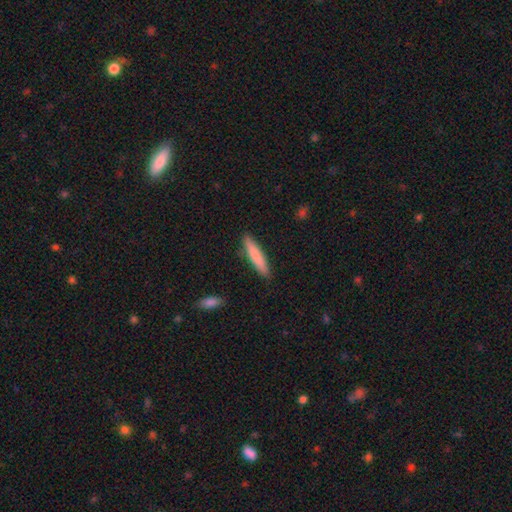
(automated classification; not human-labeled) Overall: smooth (81%). How rounded: cigar-shaped (89%). Merging: none (89%).